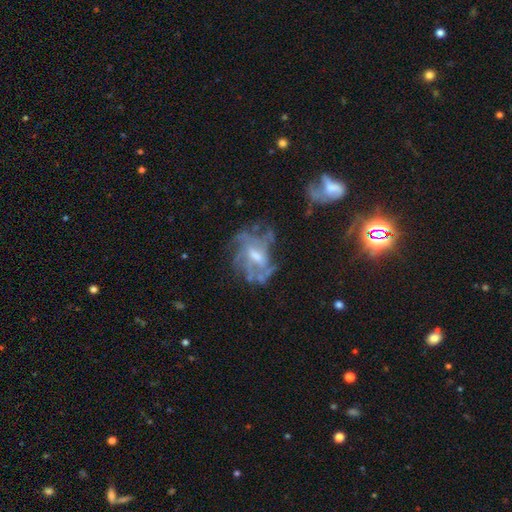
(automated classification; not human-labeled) Smooth or featured?
  - featured or disk: 76% *
  - star or artifact: 12%
  - smooth: 12%
Edge-on disk?
  - no: 96% *
  - yes: 4%
Bar?
  - weak: 46% *
  - no: 42%
  - strong: 13%
Spiral arms?
  - yes: 75% *
  - no: 25%
Spiral winding?
  - medium: 41% *
  - tight: 35%
  - loose: 24%
Spiral arm count?
  - can't tell: 46% *
  - 4: 17%
  - 3: 15%
  - 2: 10%
  - more than 4: 8%
  - 1: 5%
Bulge size?
  - moderate: 52% *
  - small: 32%
  - none: 9%
  - large: 6%
  - dominant: 1%
Merging?
  - none: 54% *
  - major disturbance: 22%
  - minor disturbance: 19%
  - merger: 5%